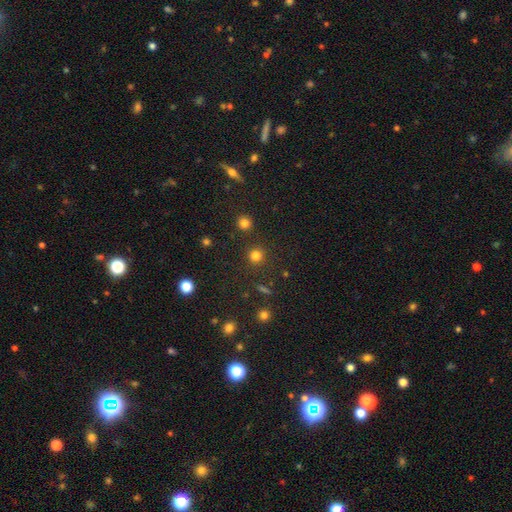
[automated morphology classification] A smooth galaxy with no disk features (79%) that is round (94%).

Vote fractions:
- Smooth or featured? smooth: 79% / star or artifact: 16% / featured or disk: 5%
- How rounded? round: 94% / in between: 5% / cigar-shaped: 1%
- Merging? none: 89% / minor disturbance: 6% / merger: 3% / major disturbance: 2%